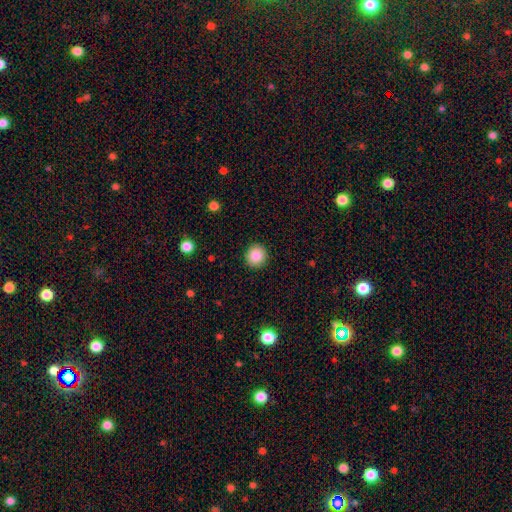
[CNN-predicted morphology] Smooth or featured: smooth — 86% (star or artifact — 9%)
How rounded: round — 87% (in between — 12%)
Merging: none — 91% (minor disturbance — 6%)